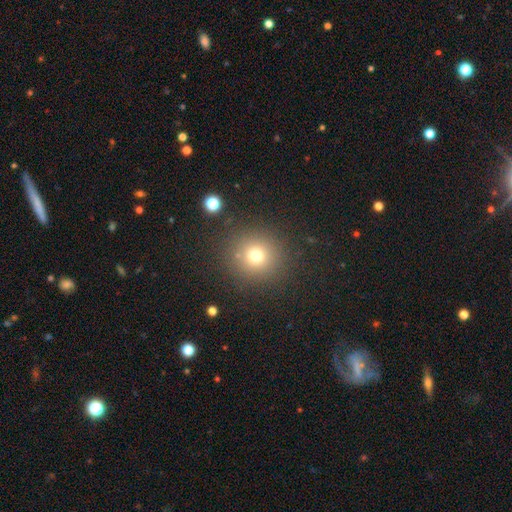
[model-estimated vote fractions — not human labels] smooth_or_featured: smooth (p=0.72) [alt: star or artifact p=0.18]
how_rounded: round (p=0.93) [alt: in between p=0.06]
merging: none (p=0.86) [alt: minor disturbance p=0.07]